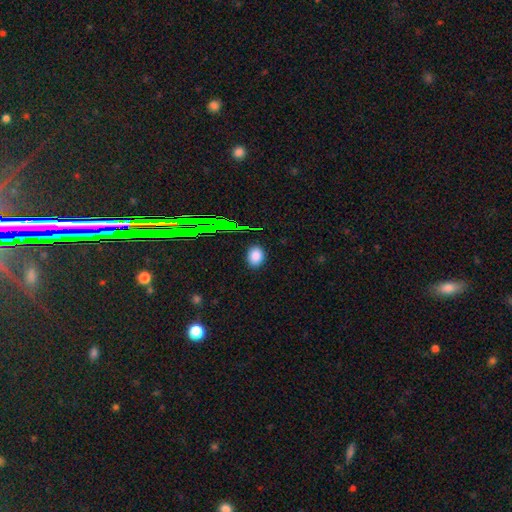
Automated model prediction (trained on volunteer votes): Smooth or featured?
  - smooth: 82% *
  - star or artifact: 13%
  - featured or disk: 5%
How rounded?
  - in between: 63% *
  - round: 35%
  - cigar-shaped: 1%
Merging?
  - none: 87% *
  - minor disturbance: 9%
  - major disturbance: 2%
  - merger: 1%